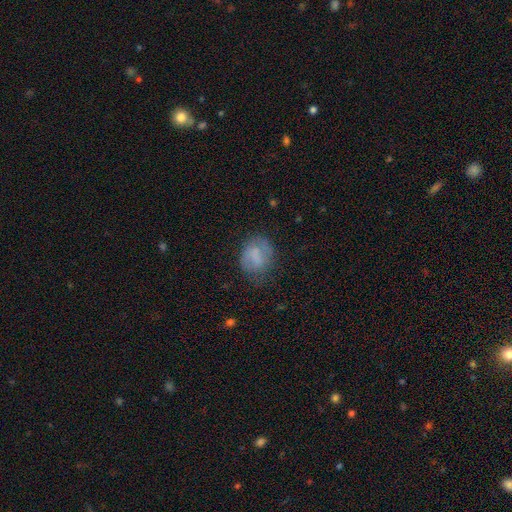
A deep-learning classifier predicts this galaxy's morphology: A smooth galaxy with no disk features (66%) that is round (50%).

Vote fractions:
- Smooth or featured? smooth: 66% / featured or disk: 25% / star or artifact: 9%
- How rounded? round: 50% / in between: 48% / cigar-shaped: 1%
- Merging? none: 60% / minor disturbance: 26% / major disturbance: 12% / merger: 2%